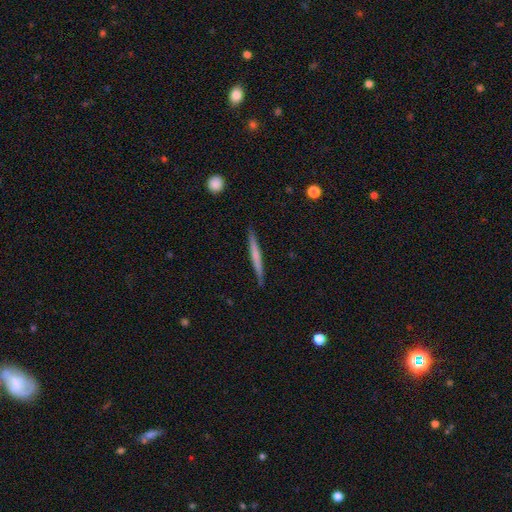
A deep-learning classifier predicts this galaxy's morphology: Q: Smooth or featured?
A: smooth (50%); runner-up: featured or disk (45%)
Q: Merging?
A: none (90%); runner-up: minor disturbance (7%)